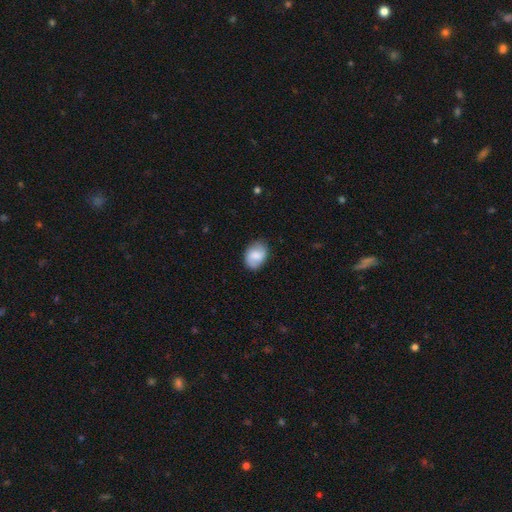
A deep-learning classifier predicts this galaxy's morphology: Smooth or featured? Predicted: smooth (p=0.71). How rounded? Predicted: in between (p=0.74). Merging? Predicted: none (p=0.80).